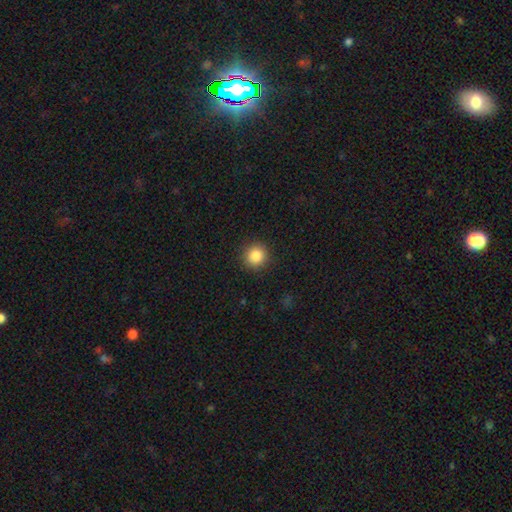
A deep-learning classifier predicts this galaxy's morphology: Overall: smooth (86%). How rounded: round (92%). Merging: none (91%).